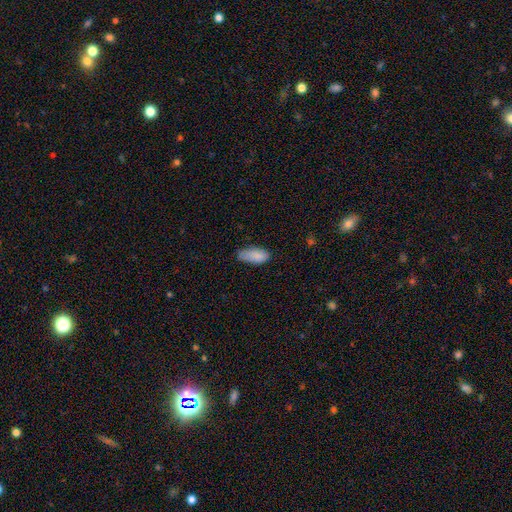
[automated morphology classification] Q: Smooth or featured?
A: smooth (86%); runner-up: featured or disk (7%)
Q: How rounded?
A: in between (90%); runner-up: cigar-shaped (8%)
Q: Merging?
A: none (60%); runner-up: minor disturbance (32%)